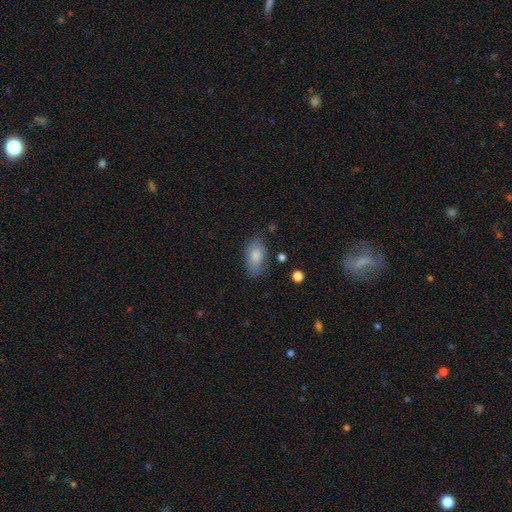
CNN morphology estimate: smooth_or_featured: smooth (p=0.82) [alt: featured or disk p=0.11]
how_rounded: in between (p=0.92) [alt: round p=0.05]
merging: none (p=0.71) [alt: minor disturbance p=0.20]